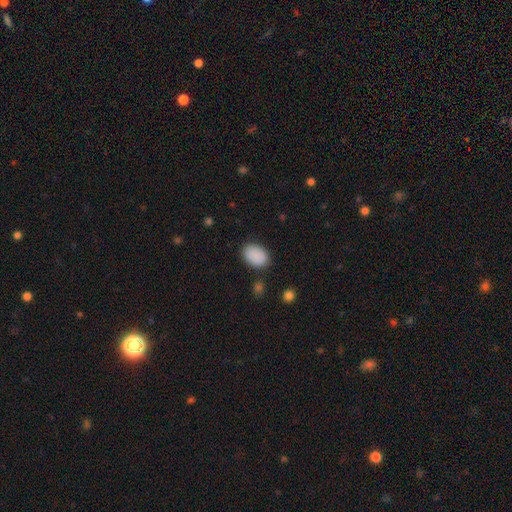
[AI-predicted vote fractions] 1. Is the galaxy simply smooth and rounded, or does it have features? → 89% smooth, 7% star or artifact, 4% featured or disk.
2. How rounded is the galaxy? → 81% in between, 18% round, 1% cigar-shaped.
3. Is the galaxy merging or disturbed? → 84% none, 11% minor disturbance, 3% major disturbance, 2% merger.